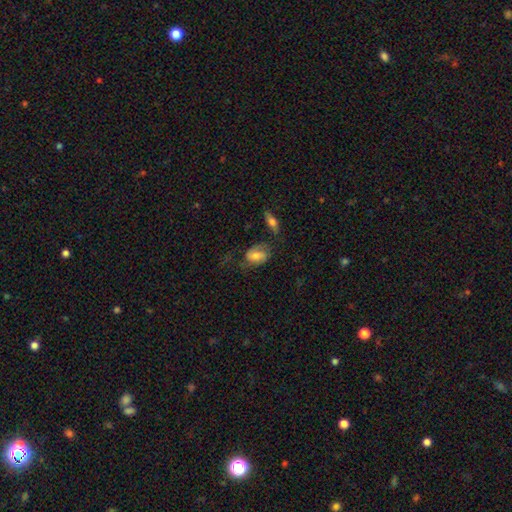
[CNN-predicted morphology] smooth-or-featured: smooth: 55% | featured or disk: 37% | star or artifact: 8%
  how-rounded: in between: 81% | round: 16% | cigar-shaped: 2%
  merging: none: 49% | minor disturbance: 26% | major disturbance: 19% | merger: 6%